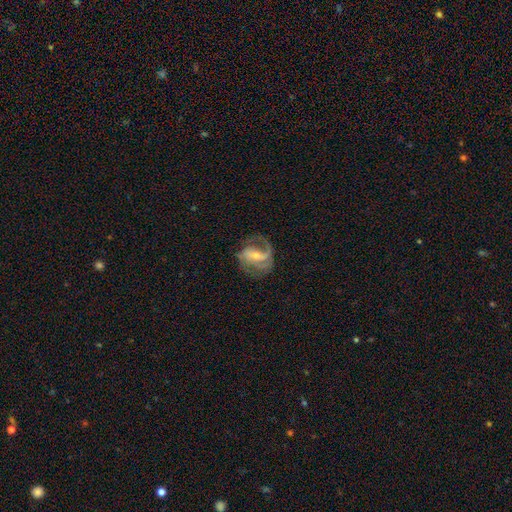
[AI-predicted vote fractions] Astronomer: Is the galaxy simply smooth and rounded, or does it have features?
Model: featured or disk — 79%.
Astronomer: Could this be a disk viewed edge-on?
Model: no — 97%.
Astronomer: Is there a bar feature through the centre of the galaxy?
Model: weak — 43% (runner-up: strong, 34%).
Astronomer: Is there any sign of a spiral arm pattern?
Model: yes — 91%.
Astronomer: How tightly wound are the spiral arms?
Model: medium — 47% (runner-up: loose, 33%).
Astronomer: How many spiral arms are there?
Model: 2 — 56%.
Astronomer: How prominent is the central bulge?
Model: small — 52% (runner-up: moderate, 40%).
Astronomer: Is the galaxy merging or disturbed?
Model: none — 55%.